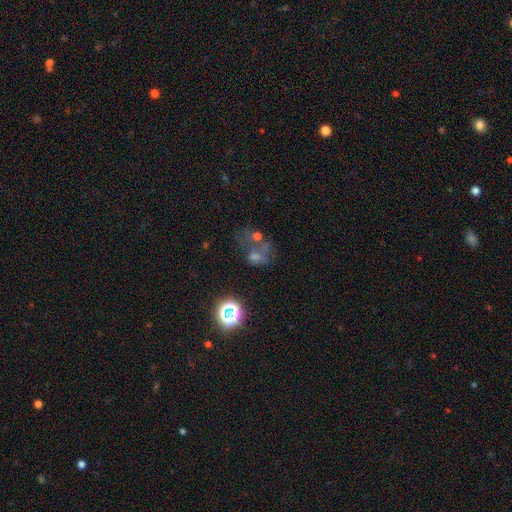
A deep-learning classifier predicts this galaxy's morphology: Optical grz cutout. It shows a star or artifact, not a galaxy (35%).